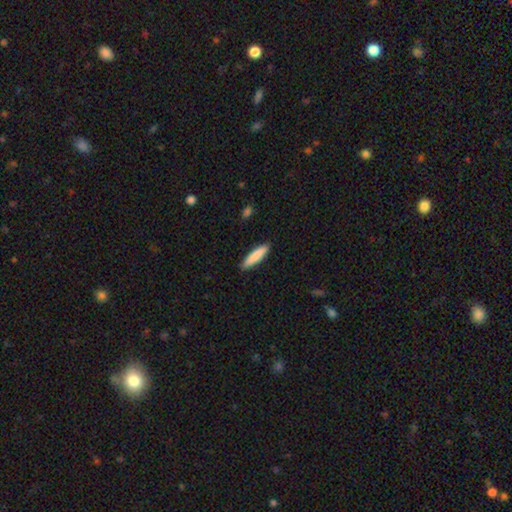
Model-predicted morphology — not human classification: smooth_or_featured: smooth (p=0.83) [alt: featured or disk p=0.11]
how_rounded: cigar-shaped (p=0.80) [alt: in between p=0.18]
merging: none (p=0.90) [alt: minor disturbance p=0.08]